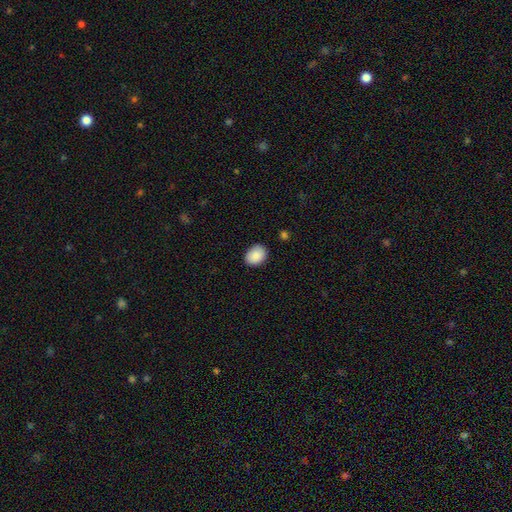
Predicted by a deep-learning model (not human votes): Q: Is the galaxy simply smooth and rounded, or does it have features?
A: smooth — 89%.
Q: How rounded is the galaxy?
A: in between — 66%.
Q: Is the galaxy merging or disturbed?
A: none — 87%.